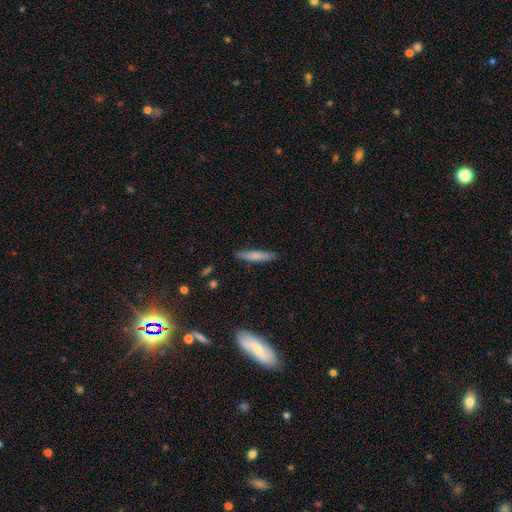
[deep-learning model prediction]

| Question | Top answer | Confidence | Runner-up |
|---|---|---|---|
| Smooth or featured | smooth | 75% | featured or disk (19%) |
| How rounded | cigar-shaped | 90% | in between (9%) |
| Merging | none | 88% | minor disturbance (9%) |